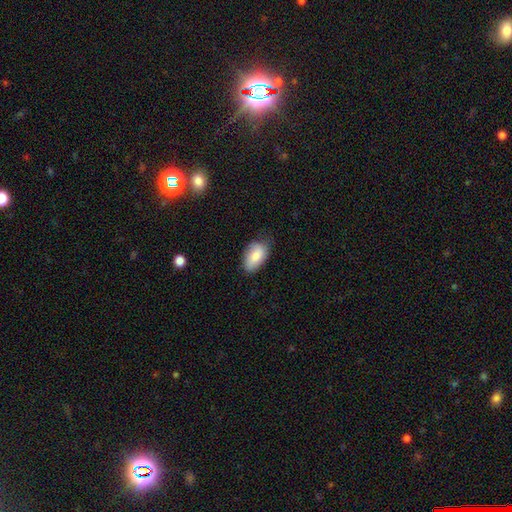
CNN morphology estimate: This appears to be a smooth galaxy with no disk features (84%) that is in between round and cigar-shaped (94%). Merging: none (67%).